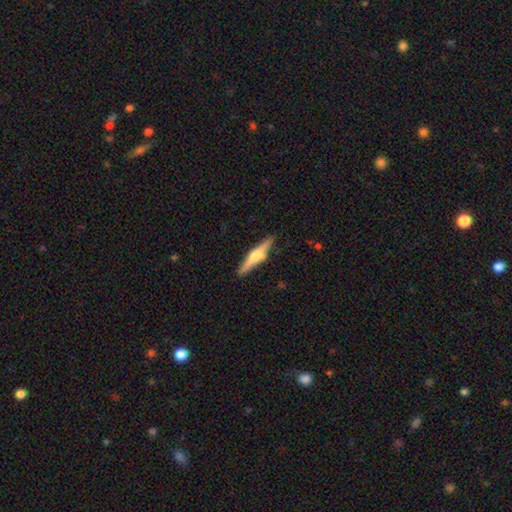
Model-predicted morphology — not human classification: The model was most divided on "smooth or featured": featured or disk: 62%, smooth: 32%, star or artifact: 5%. More confident: edge-on disk — yes (97%); merging — none (88%); edge-on bulge — rounded (87%).